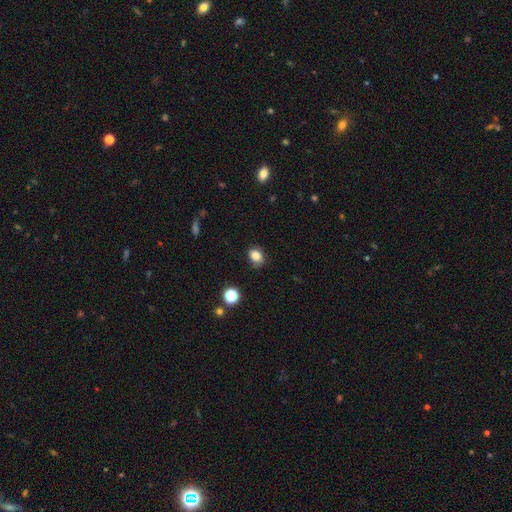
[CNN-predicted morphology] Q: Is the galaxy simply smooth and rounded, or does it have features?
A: smooth — 83%.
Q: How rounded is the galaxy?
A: in between — 56%.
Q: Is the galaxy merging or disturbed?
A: none — 81%.